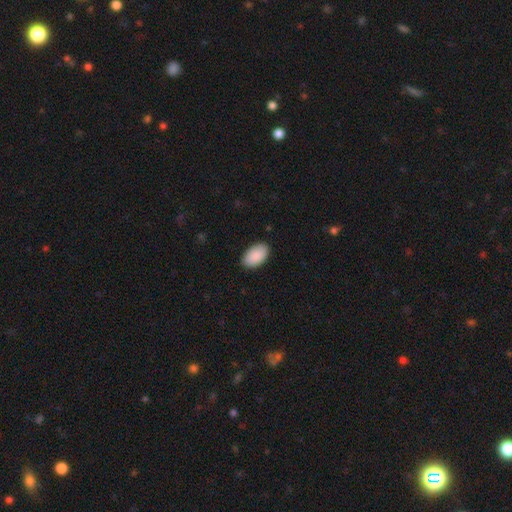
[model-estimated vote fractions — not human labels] smooth 91%, star or artifact 6%, featured or disk 4%. Down the decision tree: how rounded — in between (95%); merging — none (87%).